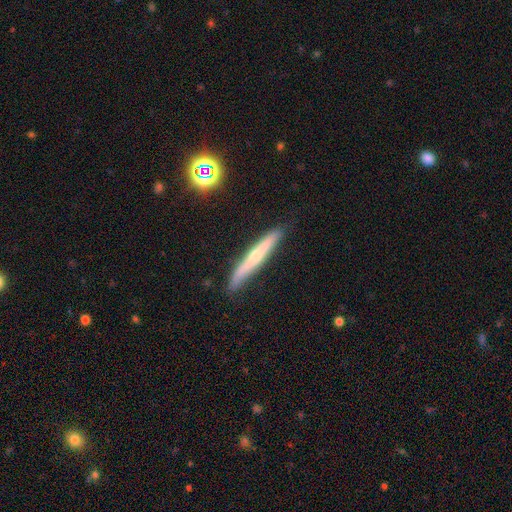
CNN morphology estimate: A featured or disk galaxy (52%) viewed edge-on (95%). Merging: none (87%).